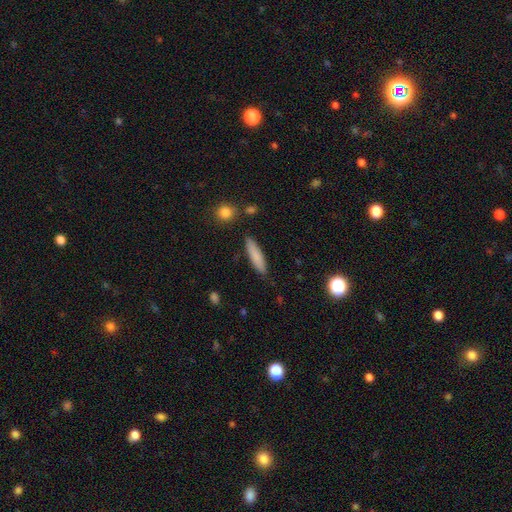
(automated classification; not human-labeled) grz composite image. It shows a smooth galaxy with no disk features (83%) that is cigar-shaped (77%). Merging: none (87%).